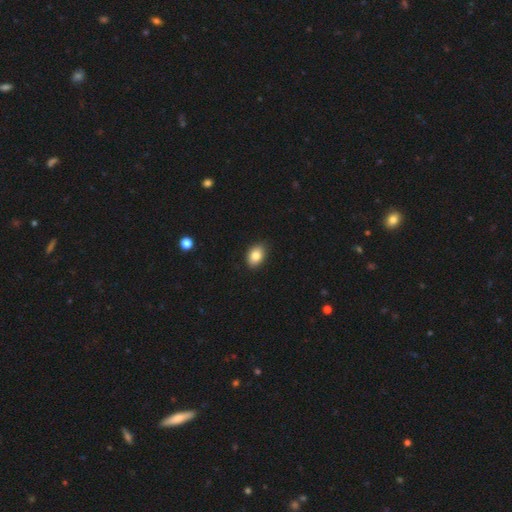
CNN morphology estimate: The model was most divided on "how rounded": in between: 84%, round: 15%, cigar-shaped: 1%. More confident: merging — none (87%); smooth or featured — smooth (84%).